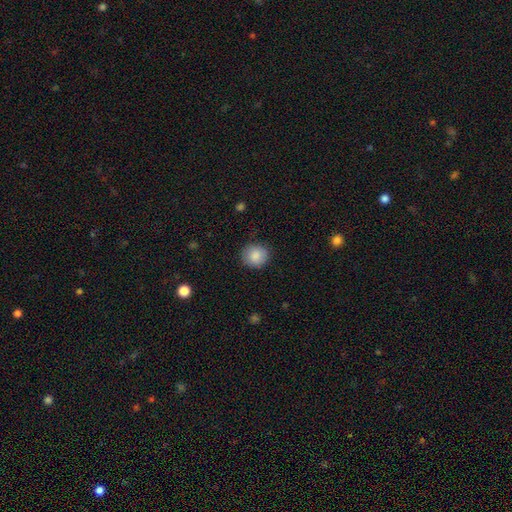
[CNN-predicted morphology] Smooth or featured?
  - smooth: 87% *
  - star or artifact: 8%
  - featured or disk: 5%
How rounded?
  - round: 84% *
  - in between: 15%
  - cigar-shaped: 1%
Merging?
  - none: 87% *
  - minor disturbance: 10%
  - major disturbance: 3%
  - merger: 1%